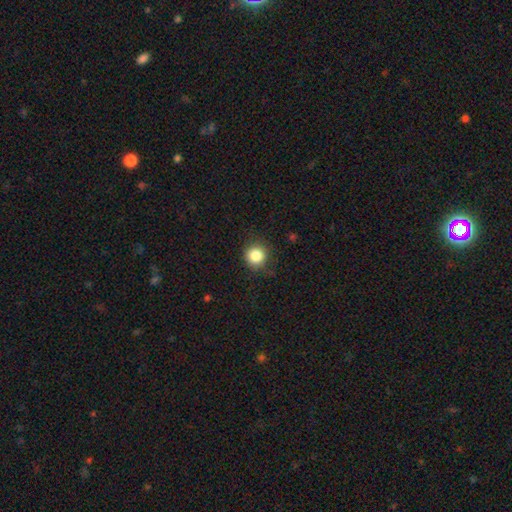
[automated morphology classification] A smooth galaxy with no disk features (85%) that is round (93%). Merging: none (87%).